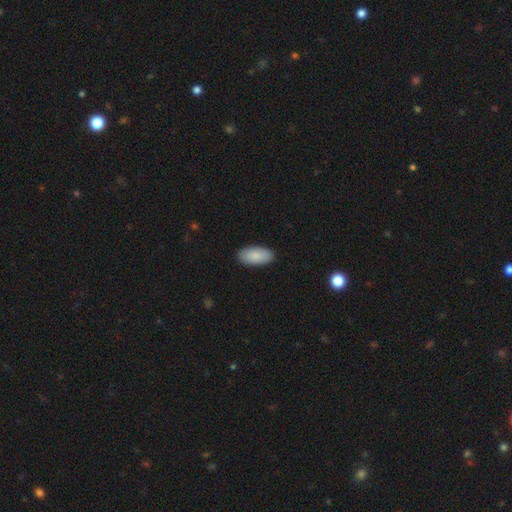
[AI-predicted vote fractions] This appears to be a smooth galaxy with no disk features (88%) that is in between round and cigar-shaped (94%). Merging: none (89%).